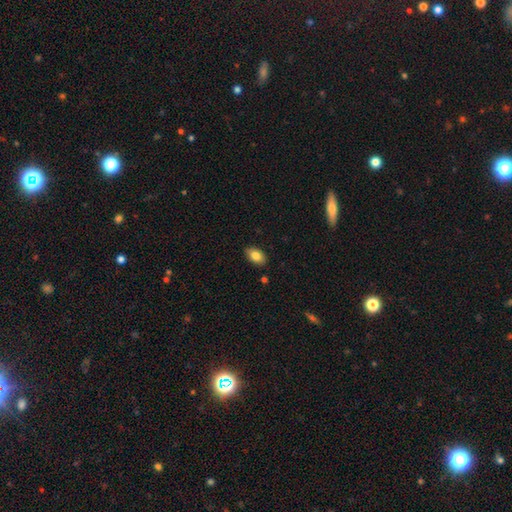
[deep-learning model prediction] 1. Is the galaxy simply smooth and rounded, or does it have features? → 83% smooth, 9% featured or disk, 7% star or artifact.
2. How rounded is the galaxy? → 92% in between, 7% round, 2% cigar-shaped.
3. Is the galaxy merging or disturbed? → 87% none, 9% minor disturbance, 2% major disturbance, 1% merger.